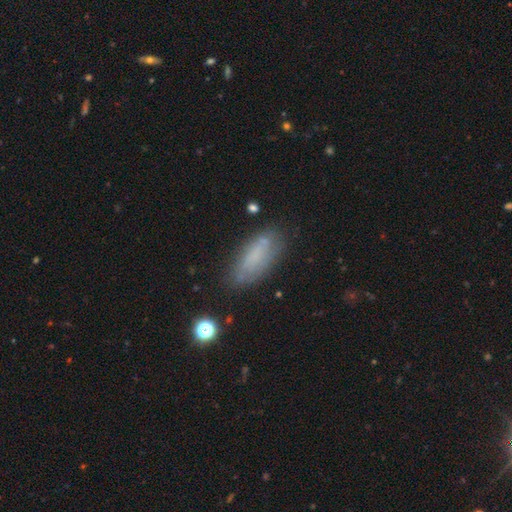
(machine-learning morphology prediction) smooth-or-featured: smooth: 66% | featured or disk: 24% | star or artifact: 10%
  how-rounded: in between: 73% | cigar-shaped: 25% | round: 2%
  merging: none: 70% | minor disturbance: 20% | major disturbance: 6% | merger: 3%